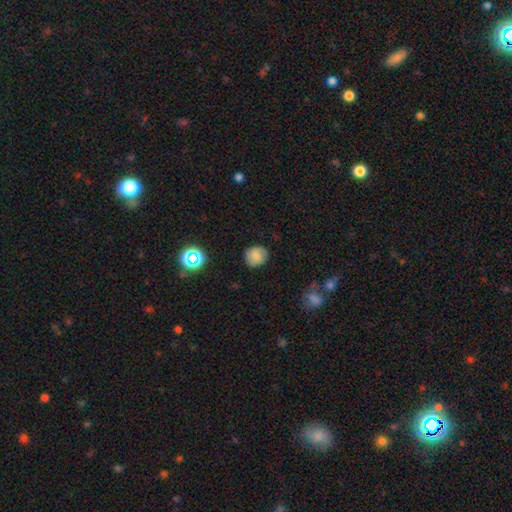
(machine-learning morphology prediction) smooth-or-featured: smooth: 73% | featured or disk: 16% | star or artifact: 11%
  how-rounded: round: 81% | in between: 18% | cigar-shaped: 1%
  merging: none: 82% | minor disturbance: 14% | major disturbance: 3% | merger: 1%